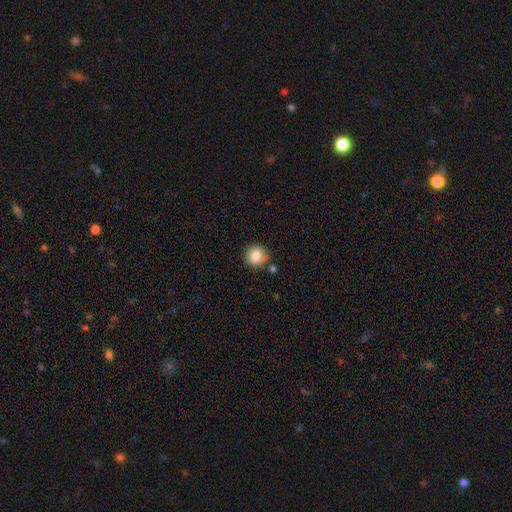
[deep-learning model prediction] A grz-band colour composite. It shows a smooth galaxy with no disk features (84%) that is round (87%). Merging: none (80%).